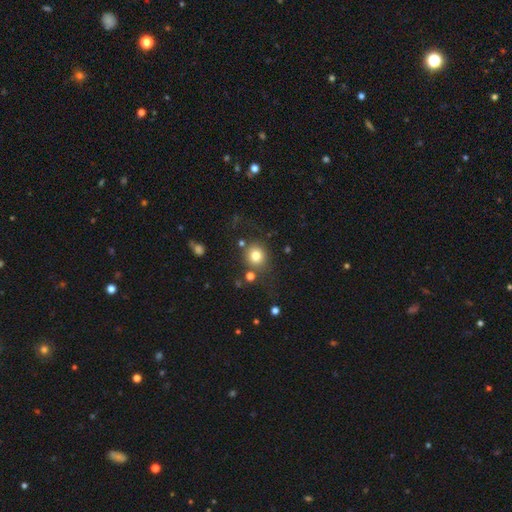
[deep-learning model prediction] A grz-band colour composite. It shows a smooth galaxy with no disk features (78%) that is round (86%). Merging: none (79%).